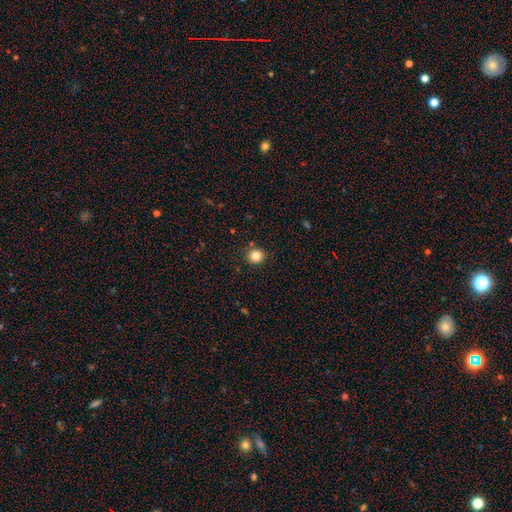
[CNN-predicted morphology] type=smooth (84%); roundness=round (87%); merging=none (88%).